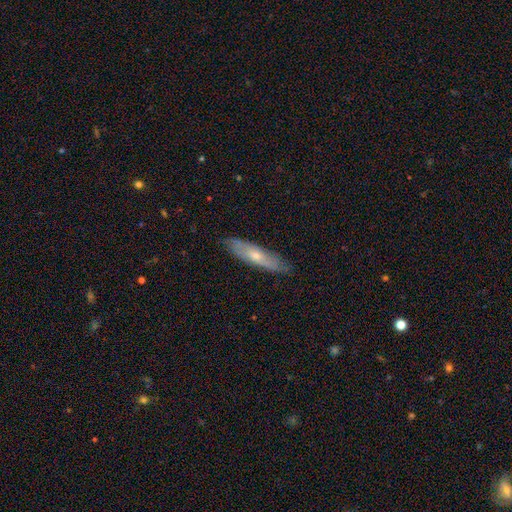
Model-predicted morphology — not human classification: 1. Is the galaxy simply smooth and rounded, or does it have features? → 48% featured or disk, 45% smooth, 6% star or artifact.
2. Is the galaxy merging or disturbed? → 83% none, 13% minor disturbance, 2% major disturbance, 1% merger.